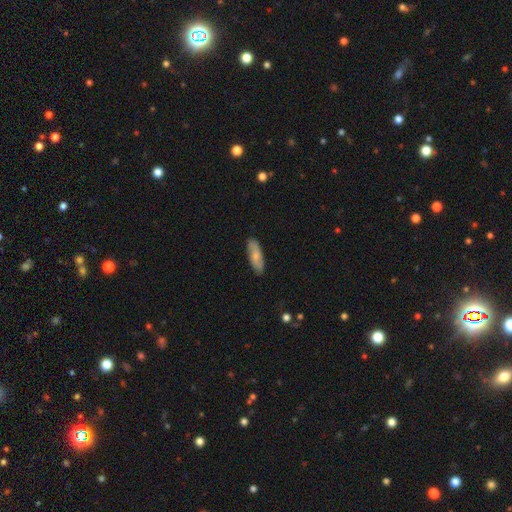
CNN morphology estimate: type=smooth (68%); roundness=in between (63%); merging=none (86%).